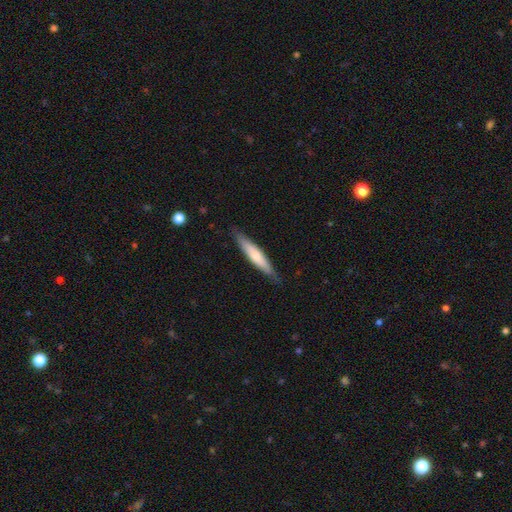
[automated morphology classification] smooth-or-featured: smooth: 59% | featured or disk: 36% | star or artifact: 5%
  how-rounded: cigar-shaped: 88% | in between: 11% | round: 1%
  merging: none: 85% | minor disturbance: 12% | major disturbance: 2% | merger: 1%